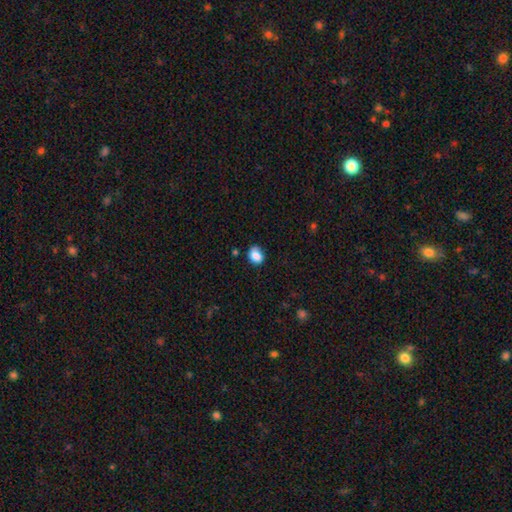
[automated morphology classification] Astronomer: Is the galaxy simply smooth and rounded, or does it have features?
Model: smooth — 83%.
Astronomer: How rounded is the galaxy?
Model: in between — 52% (runner-up: round, 47%).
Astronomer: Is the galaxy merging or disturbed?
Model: none — 66%.